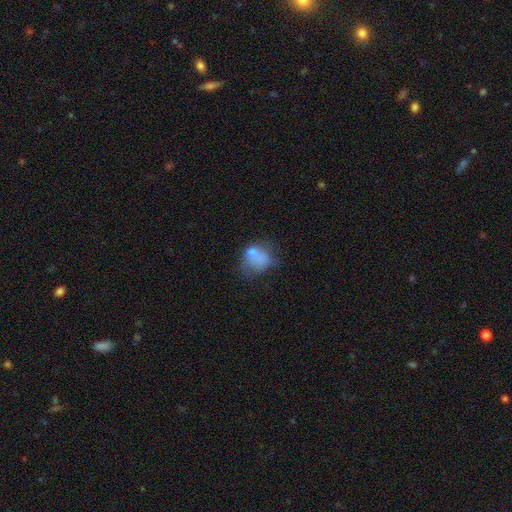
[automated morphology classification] smooth 66%, featured or disk 23%, star or artifact 11%. Down the decision tree: how rounded — round (51%); merging — none (29%).